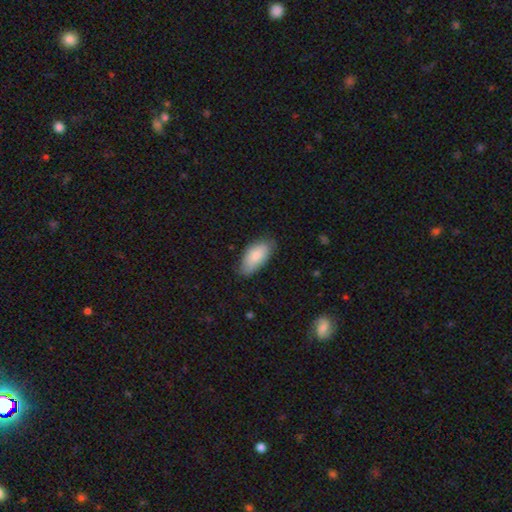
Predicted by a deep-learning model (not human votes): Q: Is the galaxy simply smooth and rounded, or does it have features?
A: smooth — 83%.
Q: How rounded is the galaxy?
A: in between — 92%.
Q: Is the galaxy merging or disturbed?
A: none — 73%.